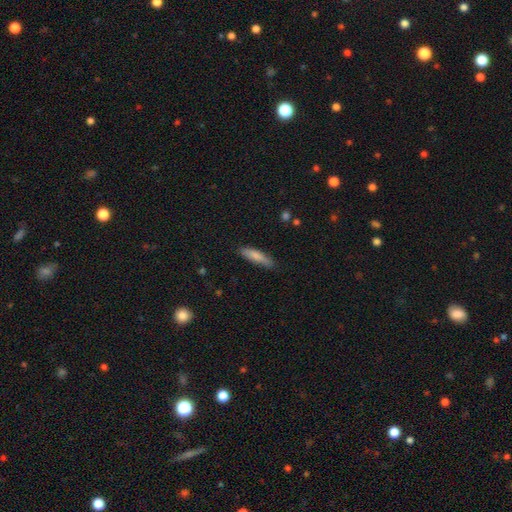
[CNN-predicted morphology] smooth_or_featured: smooth (p=0.80) [alt: featured or disk p=0.14]
how_rounded: cigar-shaped (p=0.73) [alt: in between p=0.26]
merging: none (p=0.83) [alt: minor disturbance p=0.13]